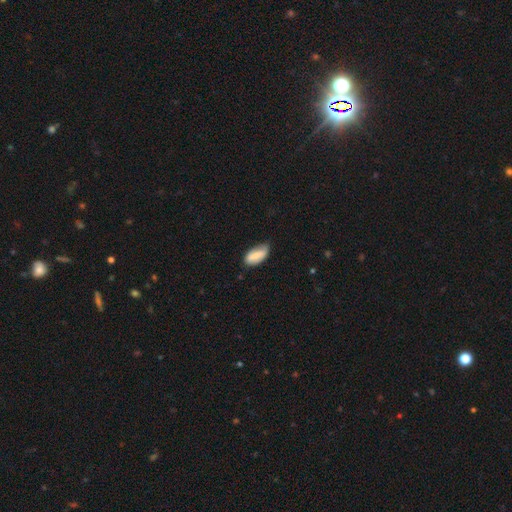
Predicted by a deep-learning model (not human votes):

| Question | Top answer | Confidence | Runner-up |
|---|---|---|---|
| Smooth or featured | smooth | 69% | featured or disk (24%) |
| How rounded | in between | 91% | cigar-shaped (6%) |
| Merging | none | 60% | minor disturbance (32%) |